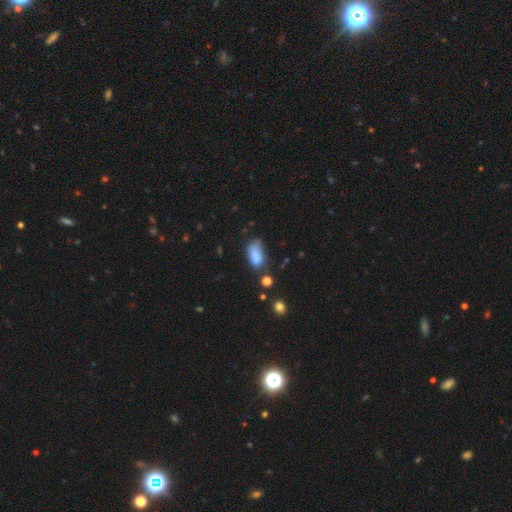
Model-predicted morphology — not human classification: The model was most divided on "merging": none: 42%, minor disturbance: 36%, major disturbance: 16%, merger: 6%. More confident: how rounded — in between (91%); smooth or featured — smooth (81%).